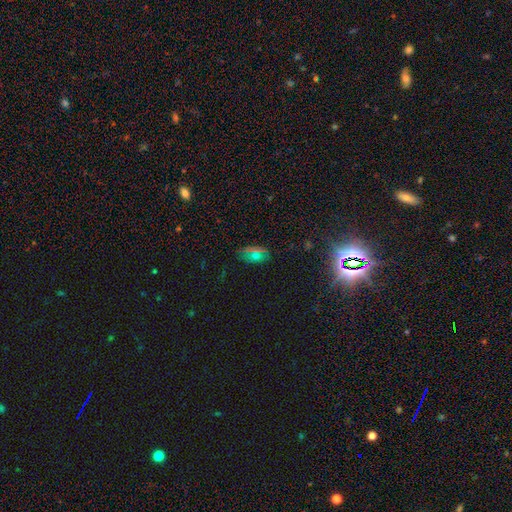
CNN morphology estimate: Overall: smooth (56%; star or artifact 33%). How rounded: in between (88%). Merging: none (76%).